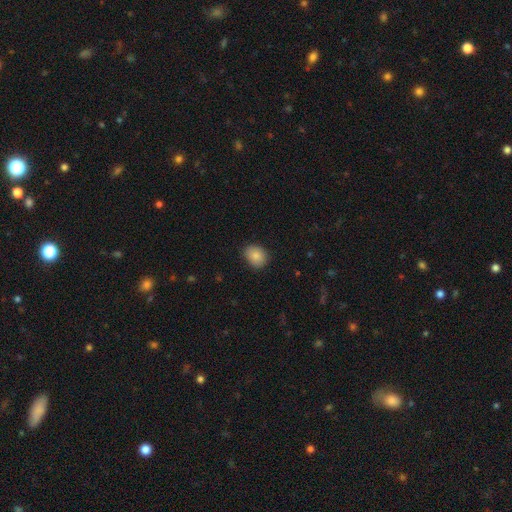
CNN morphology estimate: A smooth galaxy with no disk features (86%) that is round (51%).

Vote fractions:
- Smooth or featured? smooth: 86% / star or artifact: 9% / featured or disk: 5%
- How rounded? round: 51% / in between: 48% / cigar-shaped: 1%
- Merging? none: 85% / minor disturbance: 12% / major disturbance: 3% / merger: 1%